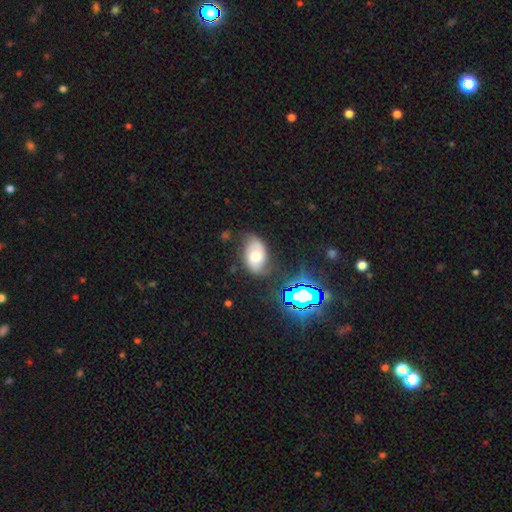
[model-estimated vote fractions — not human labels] smooth 52%, featured or disk 35%, star or artifact 13%. Down the decision tree: how rounded — in between (86%); merging — none (67%).